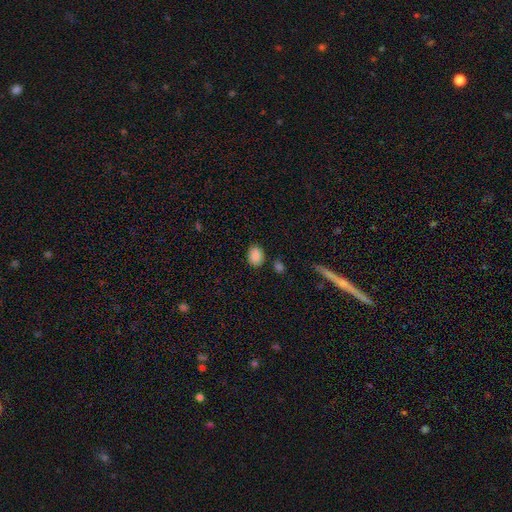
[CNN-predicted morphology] This appears to be a smooth galaxy with no disk features (87%) that is in between round and cigar-shaped (60%). Merging: none (80%).